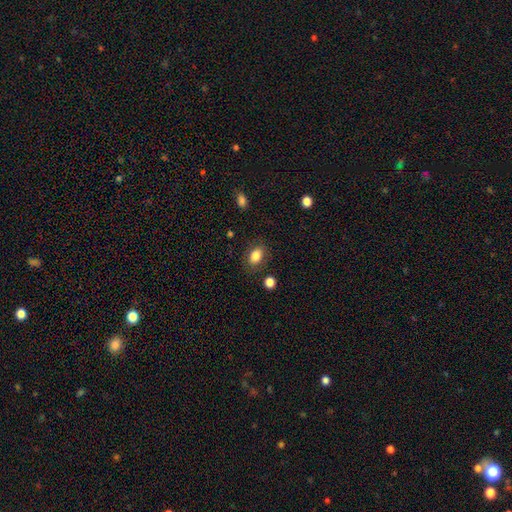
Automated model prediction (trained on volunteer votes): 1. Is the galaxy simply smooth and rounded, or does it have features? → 84% smooth, 9% star or artifact, 7% featured or disk.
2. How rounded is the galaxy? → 78% in between, 20% round, 1% cigar-shaped.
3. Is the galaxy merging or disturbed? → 81% none, 12% minor disturbance, 4% major disturbance, 2% merger.